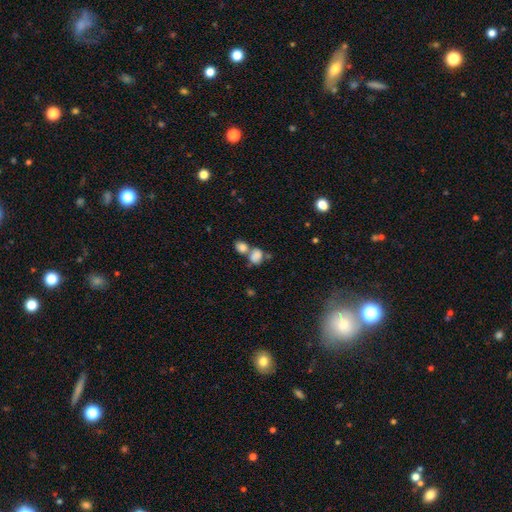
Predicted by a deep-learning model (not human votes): Smooth or featured: smooth — 81% (star or artifact — 10%)
How rounded: in between — 61% (round — 38%)
Merging: merger — 57% (none — 28%)